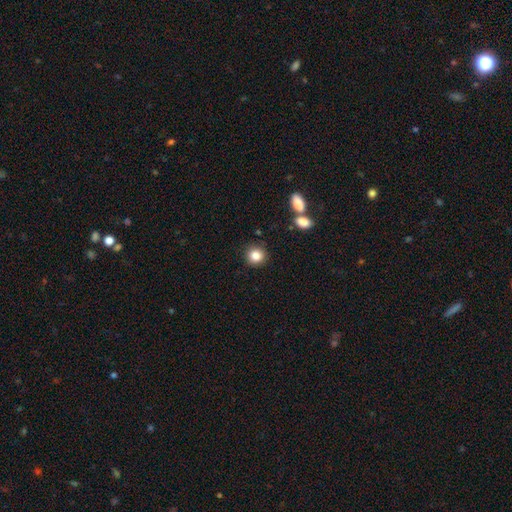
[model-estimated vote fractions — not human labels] smooth 84%, star or artifact 10%, featured or disk 5%. Down the decision tree: how rounded — round (89%); merging — none (88%).